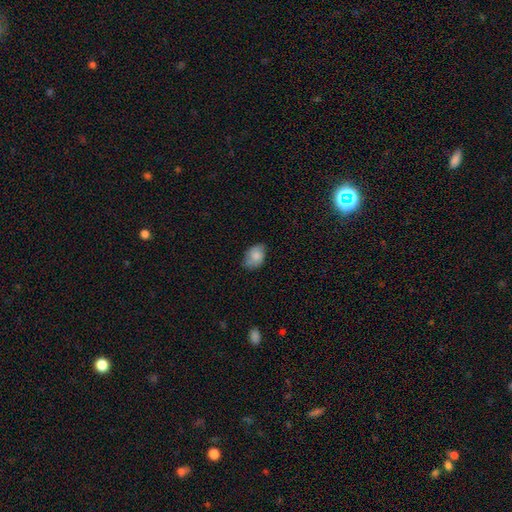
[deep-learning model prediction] Overall: smooth (78%). How rounded: in between (83%). Merging: none (63%; minor disturbance 29%).